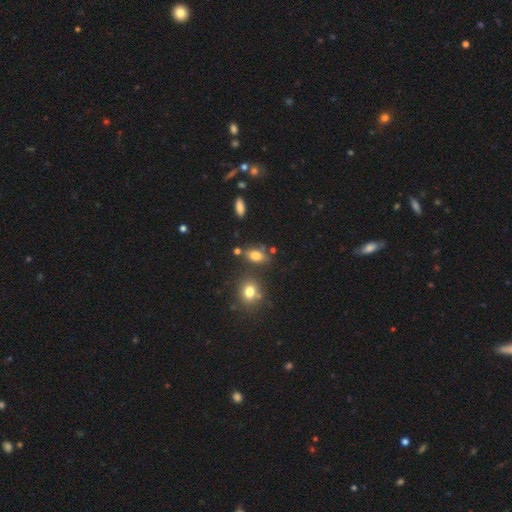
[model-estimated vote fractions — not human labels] smooth-or-featured: smooth: 75% | star or artifact: 13% | featured or disk: 12%
  how-rounded: in between: 80% | round: 16% | cigar-shaped: 4%
  merging: none: 66% | minor disturbance: 17% | merger: 12% | major disturbance: 5%